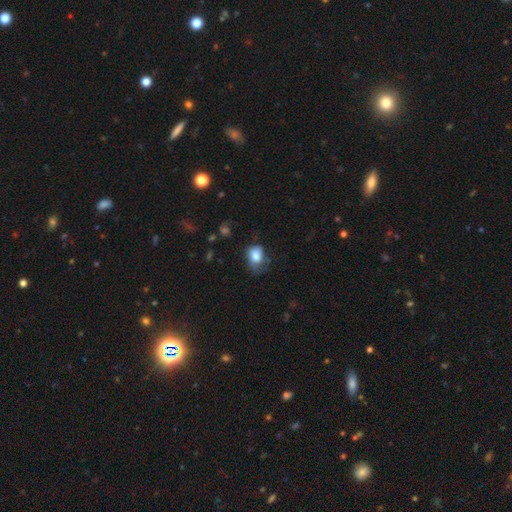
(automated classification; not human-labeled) This appears to be a smooth galaxy with no disk features (78%) that is in between round and cigar-shaped (64%). Merging: none (38%).